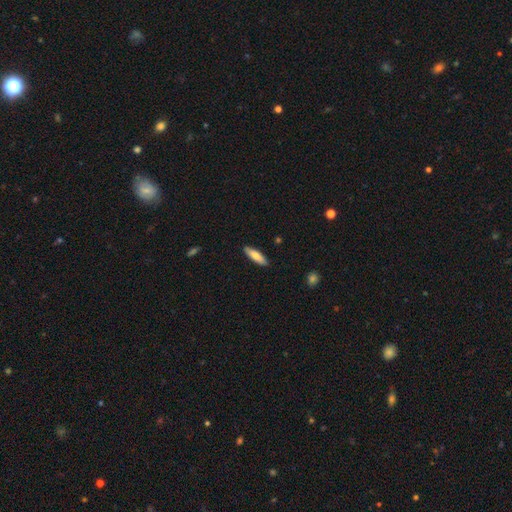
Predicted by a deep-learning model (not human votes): smooth_or_featured: smooth (p=0.76) [alt: featured or disk p=0.18]
how_rounded: cigar-shaped (p=0.60) [alt: in between p=0.39]
merging: none (p=0.88) [alt: minor disturbance p=0.09]